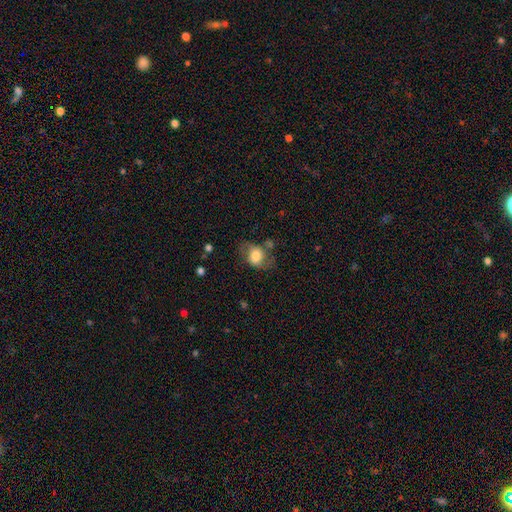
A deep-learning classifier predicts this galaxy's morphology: type=smooth (66%); roundness=in between (64%); merging=none (55%).